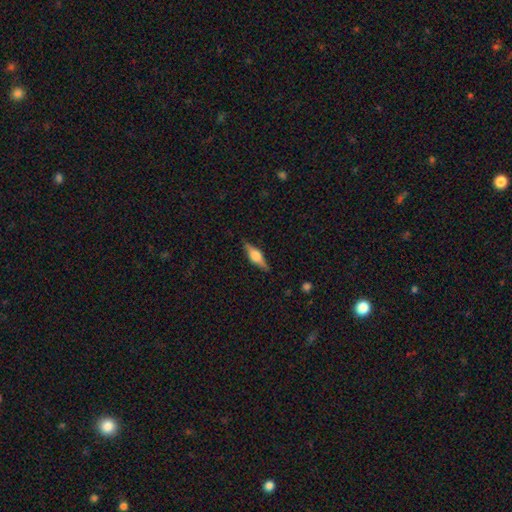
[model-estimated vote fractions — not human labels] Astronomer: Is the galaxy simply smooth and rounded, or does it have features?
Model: featured or disk — 63%.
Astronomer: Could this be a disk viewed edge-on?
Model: yes — 96%.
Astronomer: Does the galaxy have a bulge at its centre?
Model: rounded — 86%.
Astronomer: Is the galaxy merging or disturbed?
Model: none — 87%.